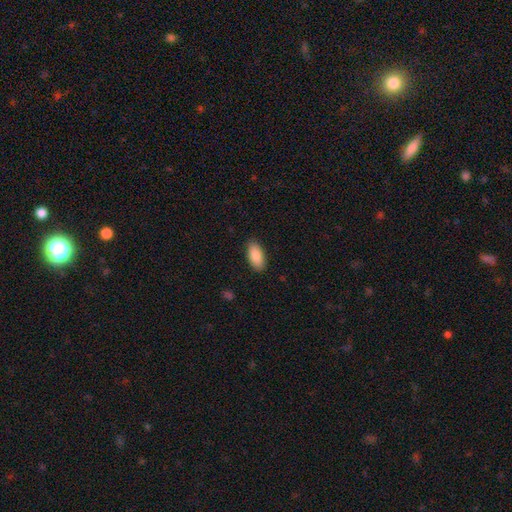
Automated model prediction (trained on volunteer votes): Overall: smooth (88%). How rounded: in between (91%). Merging: none (88%).